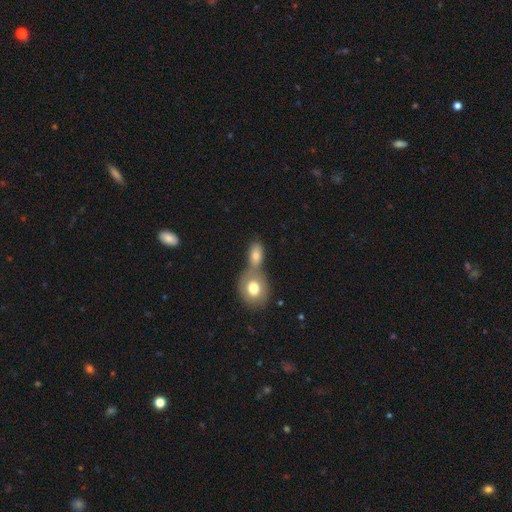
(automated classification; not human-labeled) Smooth or featured?
  - smooth: 76% *
  - featured or disk: 15%
  - star or artifact: 9%
How rounded?
  - in between: 72% *
  - round: 25%
  - cigar-shaped: 3%
Merging?
  - merger: 56% *
  - none: 31%
  - minor disturbance: 9%
  - major disturbance: 4%